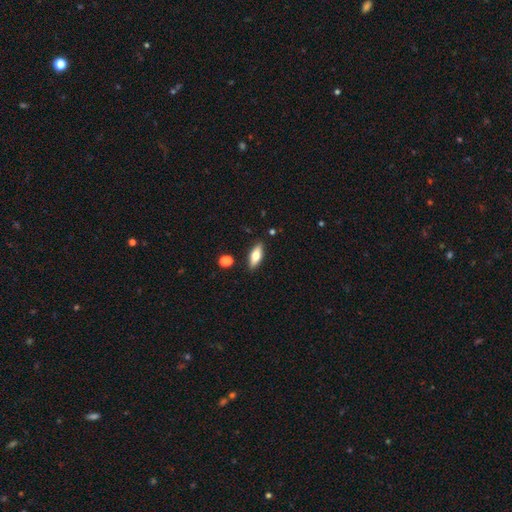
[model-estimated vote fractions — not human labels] Morphology: type=smooth (63%); roundness=in between (70%); merging=none (86%).